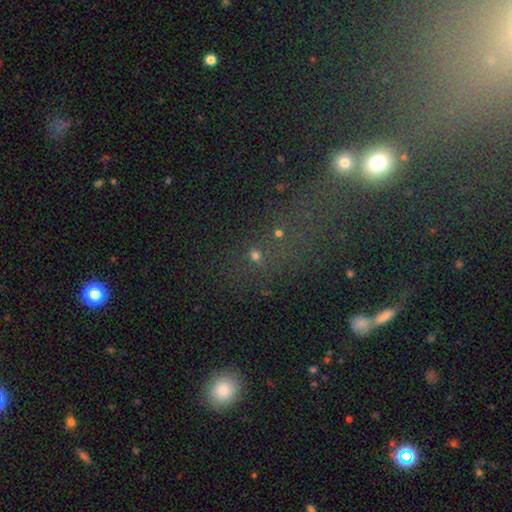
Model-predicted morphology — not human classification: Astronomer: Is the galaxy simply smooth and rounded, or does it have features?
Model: star or artifact — 49% (runner-up: smooth, 37%).